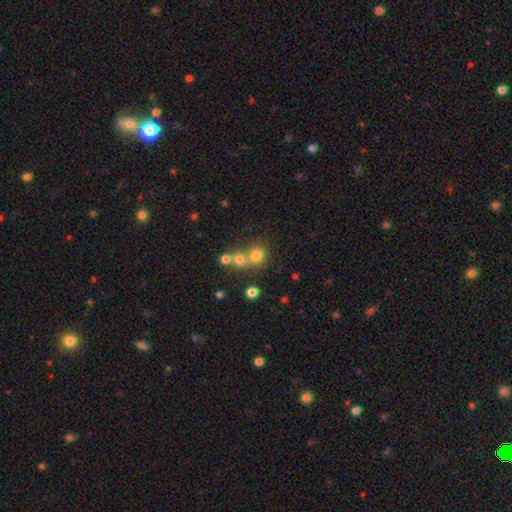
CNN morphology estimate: The model was most divided on "merging": none: 50%, merger: 40%, minor disturbance: 6%, major disturbance: 3%. More confident: how rounded — round (86%); smooth or featured — smooth (71%).